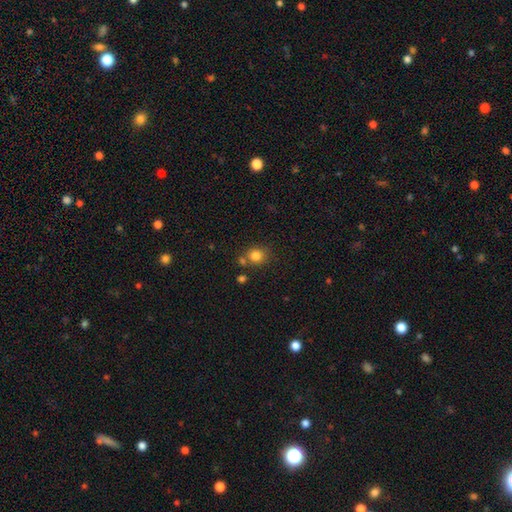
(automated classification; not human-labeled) Overall: smooth (82%). How rounded: round (82%). Merging: none (68%).